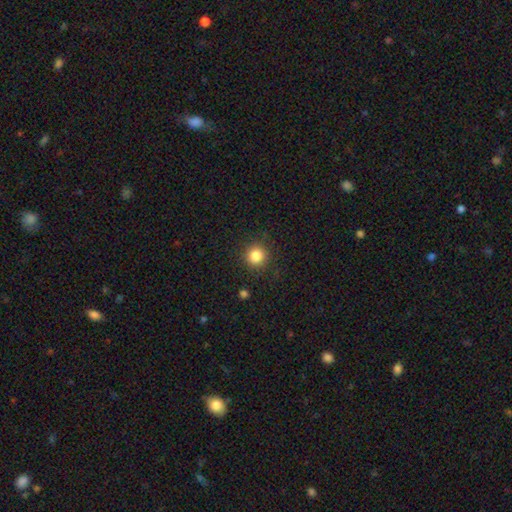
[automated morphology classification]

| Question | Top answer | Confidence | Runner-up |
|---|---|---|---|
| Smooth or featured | smooth | 84% | star or artifact (11%) |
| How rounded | round | 94% | in between (5%) |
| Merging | none | 90% | minor disturbance (6%) |